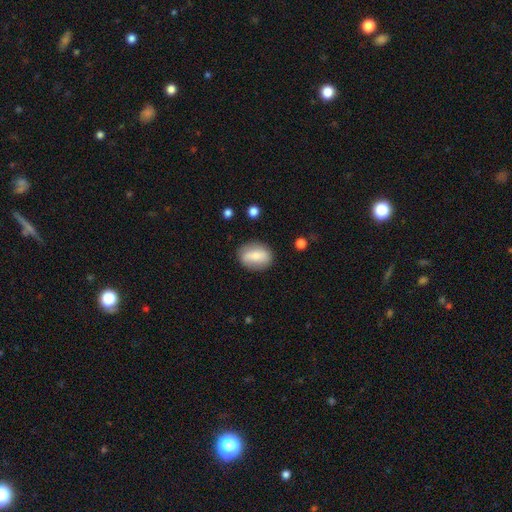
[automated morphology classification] smooth-or-featured: smooth: 64% | featured or disk: 29% | star or artifact: 7%
  how-rounded: in between: 72% | round: 26% | cigar-shaped: 3%
  merging: none: 79% | minor disturbance: 15% | major disturbance: 4% | merger: 2%